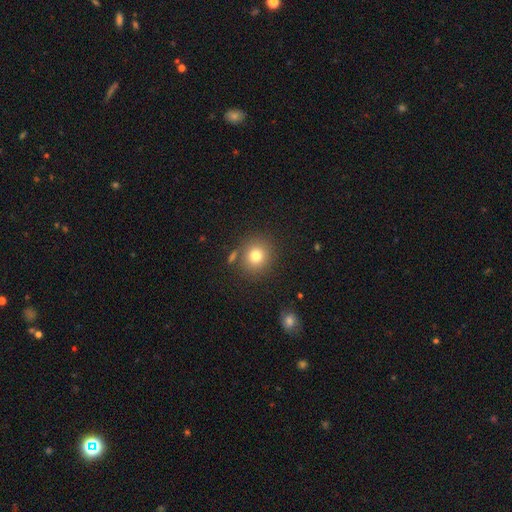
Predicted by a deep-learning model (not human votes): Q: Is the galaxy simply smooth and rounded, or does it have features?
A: smooth — 78%.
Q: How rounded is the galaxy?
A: round — 85%.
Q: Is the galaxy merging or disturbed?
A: none — 81%.